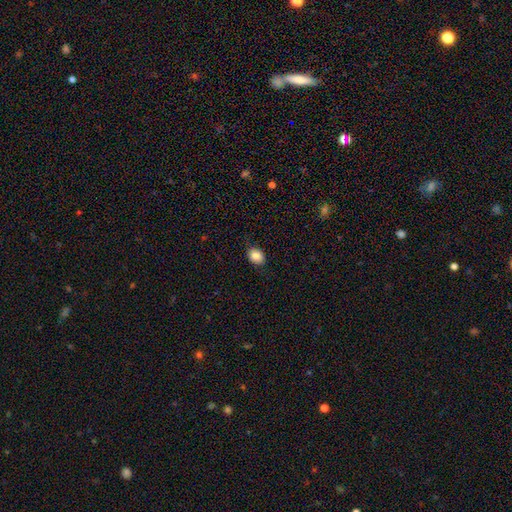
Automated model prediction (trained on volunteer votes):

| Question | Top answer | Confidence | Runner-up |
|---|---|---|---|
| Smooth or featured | smooth | 86% | star or artifact (9%) |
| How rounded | in between | 55% | round (44%) |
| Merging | none | 84% | minor disturbance (12%) |